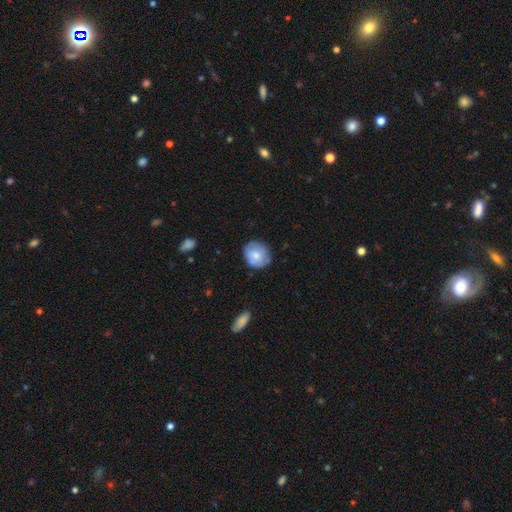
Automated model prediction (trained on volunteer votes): smooth_or_featured: smooth (p=0.66) [alt: featured or disk p=0.27]
how_rounded: round (p=0.72) [alt: in between p=0.27]
merging: none (p=0.71) [alt: minor disturbance p=0.22]